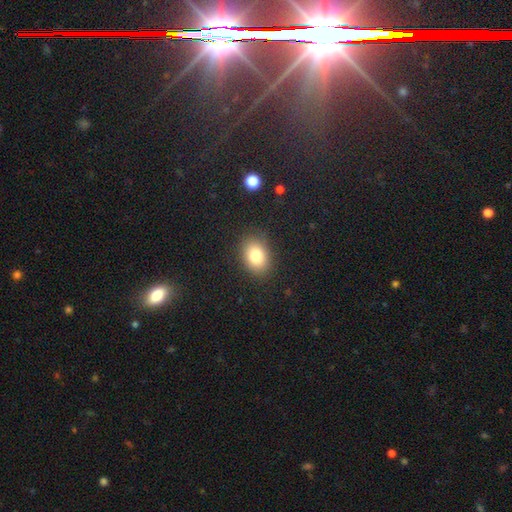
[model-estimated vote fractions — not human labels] Overall: smooth (83%). How rounded: in between (71%). Merging: none (86%).